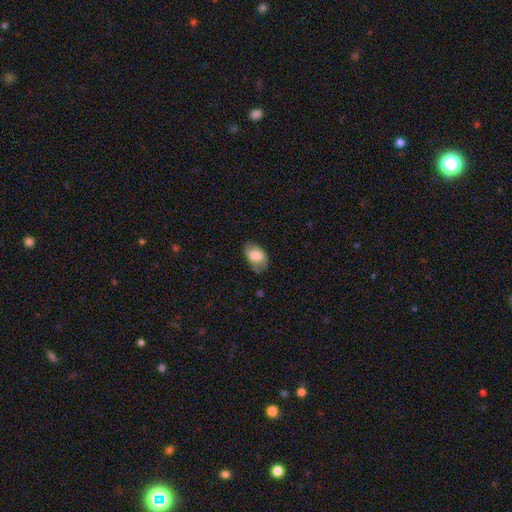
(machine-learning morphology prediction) Smooth or featured?
  - smooth: 78% *
  - featured or disk: 14%
  - star or artifact: 7%
How rounded?
  - in between: 89% *
  - round: 9%
  - cigar-shaped: 1%
Merging?
  - none: 61% *
  - minor disturbance: 28%
  - major disturbance: 9%
  - merger: 2%